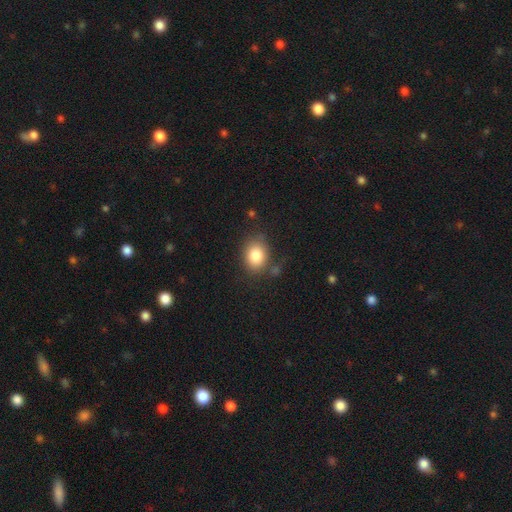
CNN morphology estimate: This appears to be a smooth galaxy with no disk features (84%) that is in between round and cigar-shaped (58%). Merging: none (75%).